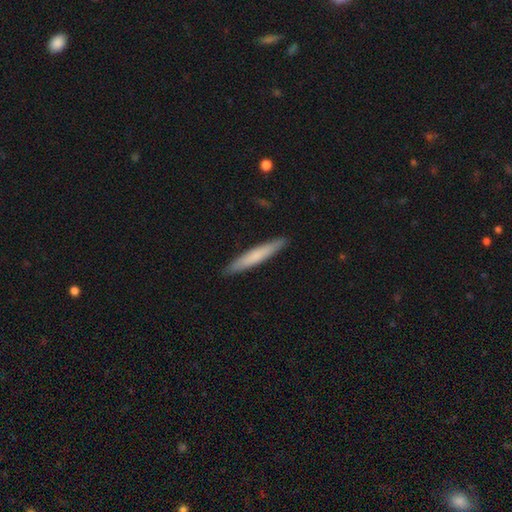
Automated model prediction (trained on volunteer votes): Morphology: type=smooth (70%); roundness=cigar-shaped (95%); merging=none (91%).